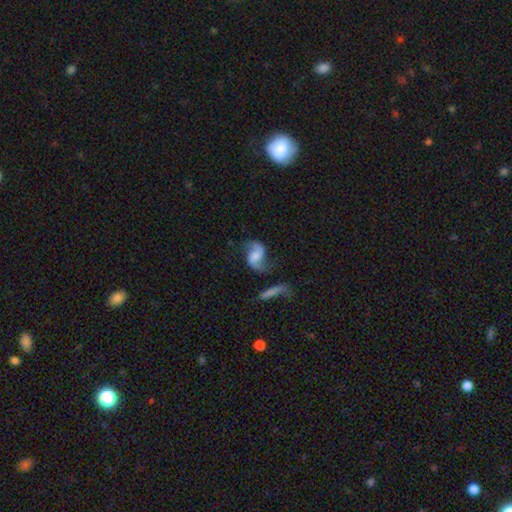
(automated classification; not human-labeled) Overall: featured or disk (78%). Edge-on disk: no (97%). Bar: no (48%; weak 39%). Spiral arms: yes (95%). Spiral arm count: 2 (91%). Spiral winding: loose (67%; medium 27%). Bulge size: none (35%; moderate 25%). Merging: none (59%).